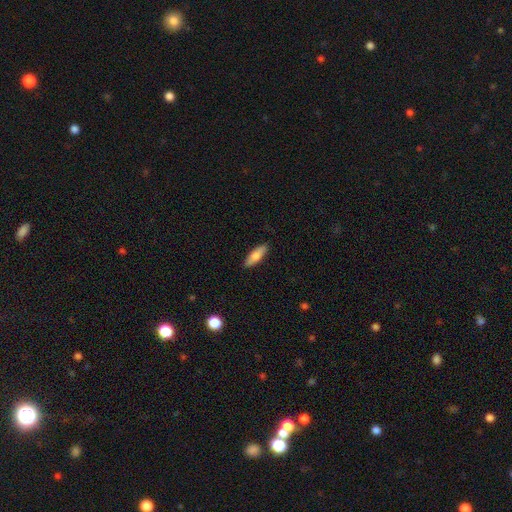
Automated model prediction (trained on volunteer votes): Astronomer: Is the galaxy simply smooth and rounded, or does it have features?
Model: smooth — 76%.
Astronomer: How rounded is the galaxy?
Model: in between — 55% (runner-up: cigar-shaped, 43%).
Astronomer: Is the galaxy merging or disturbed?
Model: none — 89%.